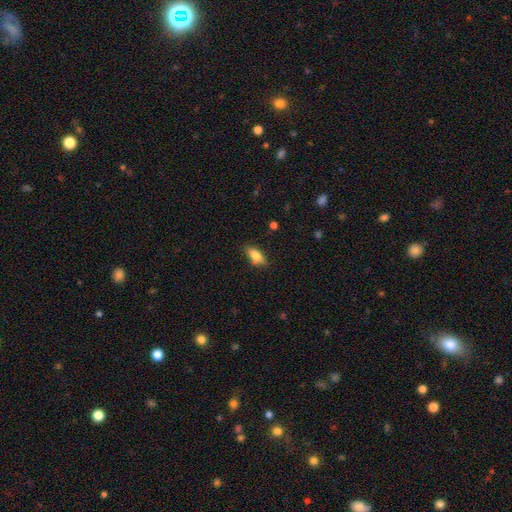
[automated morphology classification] smooth 77%, featured or disk 16%, star or artifact 8%. Down the decision tree: how rounded — in between (78%); merging — none (79%).